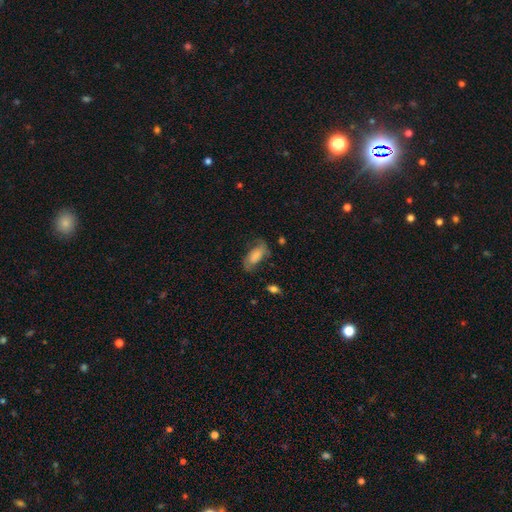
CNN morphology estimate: Smooth or featured?
  - smooth: 55% *
  - featured or disk: 37%
  - star or artifact: 8%
How rounded?
  - in between: 88% *
  - cigar-shaped: 8%
  - round: 4%
Merging?
  - none: 61% *
  - minor disturbance: 24%
  - major disturbance: 13%
  - merger: 2%